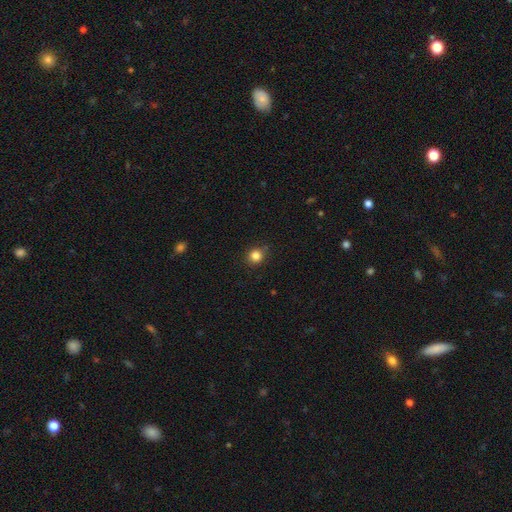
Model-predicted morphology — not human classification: Q: Smooth or featured?
A: smooth (83%); runner-up: star or artifact (12%)
Q: How rounded?
A: round (92%); runner-up: in between (7%)
Q: Merging?
A: none (87%); runner-up: minor disturbance (9%)